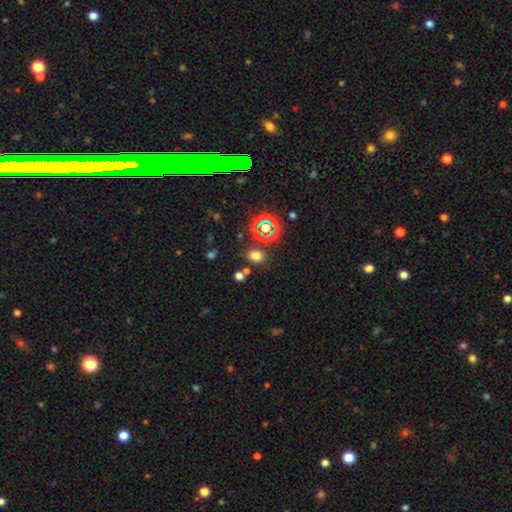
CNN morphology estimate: smooth 68%, star or artifact 25%, featured or disk 7%. Down the decision tree: how rounded — in between (52%); merging — none (76%).